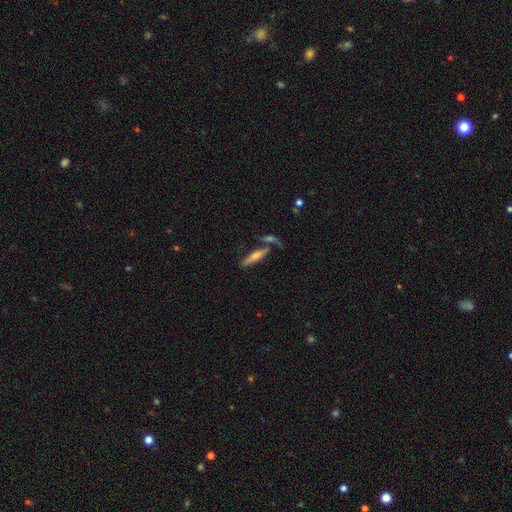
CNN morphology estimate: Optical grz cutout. It shows a smooth galaxy with no disk features (50%) that is cigar-shaped (81%). Merging: none (58%).